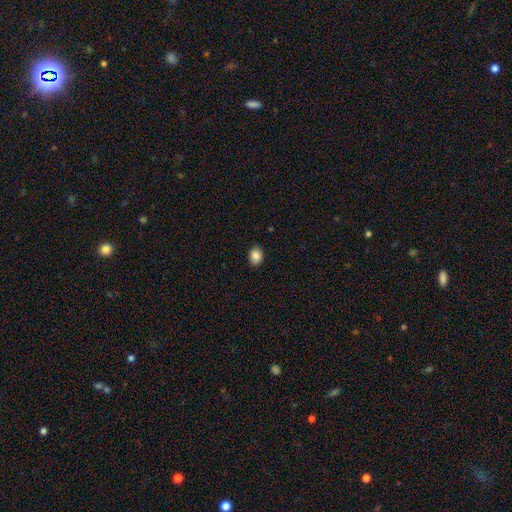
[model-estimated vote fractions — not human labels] This is clearly a smooth galaxy (85%). How rounded: likely in between (60%). Merging: clearly none (89%).